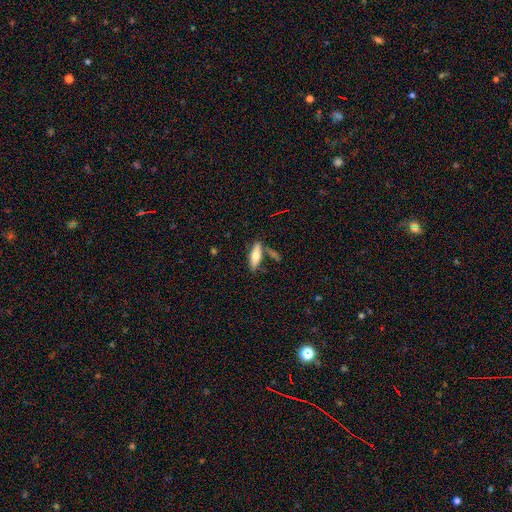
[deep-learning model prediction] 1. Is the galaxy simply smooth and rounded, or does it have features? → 62% smooth, 32% featured or disk, 6% star or artifact.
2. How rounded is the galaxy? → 50% in between, 47% cigar-shaped, 2% round.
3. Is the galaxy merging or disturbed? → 69% none, 14% minor disturbance, 13% merger, 4% major disturbance.